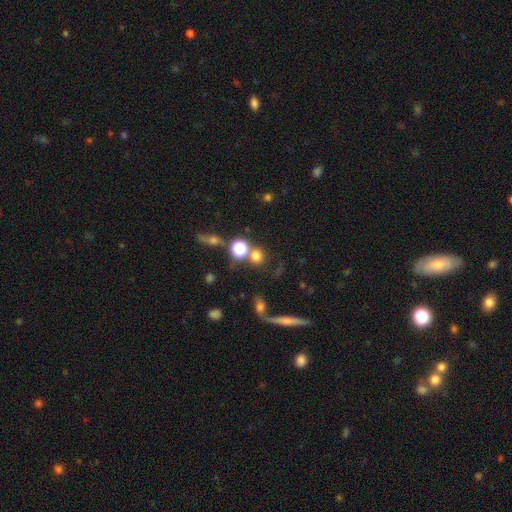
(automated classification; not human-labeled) Q: Smooth or featured?
A: smooth (70%); runner-up: star or artifact (20%)
Q: How rounded?
A: round (86%); runner-up: in between (12%)
Q: Merging?
A: none (60%); runner-up: merger (25%)